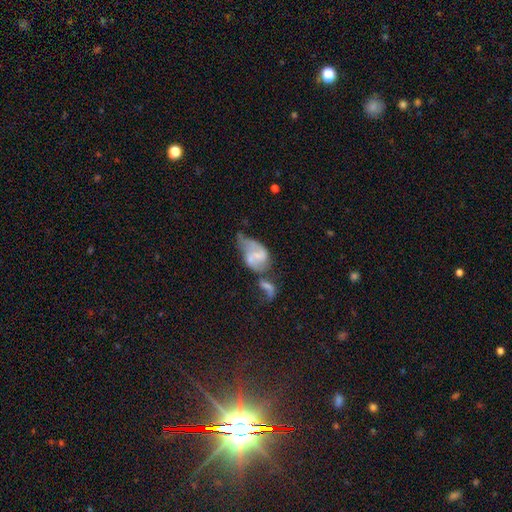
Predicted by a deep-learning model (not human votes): smooth-or-featured: featured or disk: 58% | smooth: 33% | star or artifact: 8%
  disk-edge-on: no: 96% | yes: 4%
    bar: no: 47% | weak: 40% | strong: 14%
    has-spiral-arms: yes: 68% | no: 32%
    bulge-size: small: 37% (tied) | none: 37% (tied) | moderate: 21% | large: 4% | dominant: 2%
  merging: merger: 48% | major disturbance: 22% | none: 16% | minor disturbance: 15%